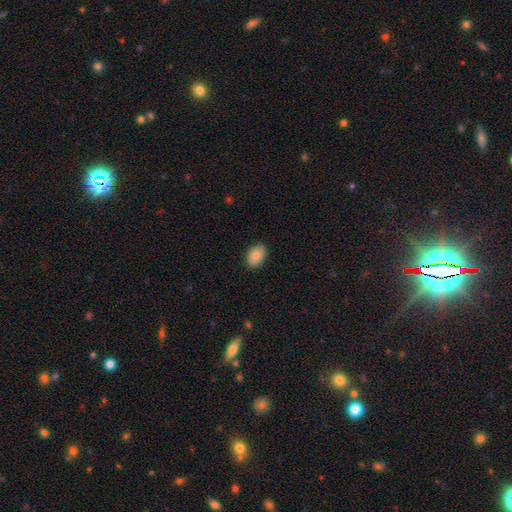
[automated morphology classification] A smooth galaxy with no disk features (87%) that is in between round and cigar-shaped (86%).

Vote fractions:
- Smooth or featured? smooth: 87% / star or artifact: 7% / featured or disk: 6%
- How rounded? in between: 86% / round: 13% / cigar-shaped: 1%
- Merging? none: 87% / minor disturbance: 10% / major disturbance: 2% / merger: 1%